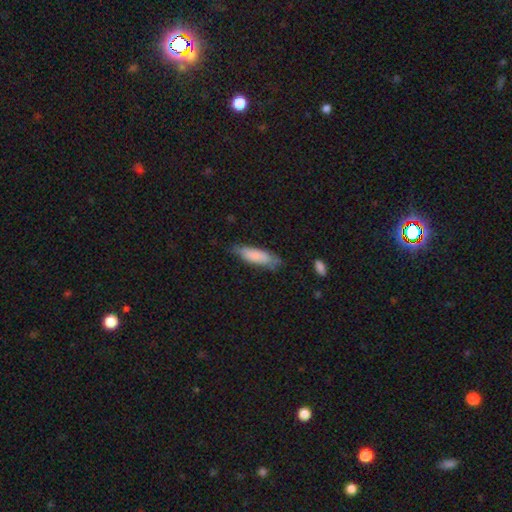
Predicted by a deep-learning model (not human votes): Smooth or featured? smooth (81%)
How rounded? cigar-shaped (55%)
Merging? none (68%)